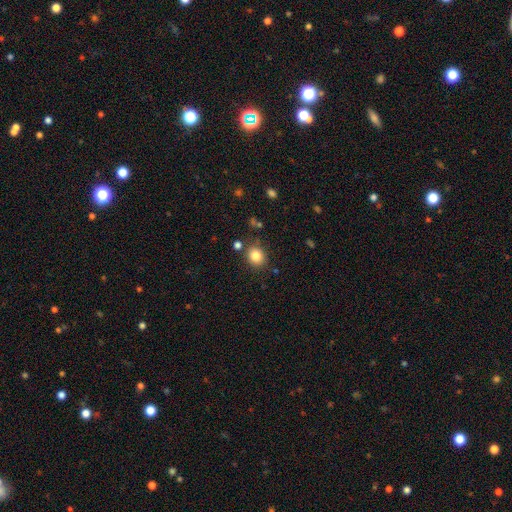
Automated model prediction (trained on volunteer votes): Smooth or featured?
  - smooth: 83% *
  - star or artifact: 11%
  - featured or disk: 6%
How rounded?
  - round: 75% *
  - in between: 24%
  - cigar-shaped: 1%
Merging?
  - none: 82% *
  - minor disturbance: 10%
  - merger: 5%
  - major disturbance: 3%